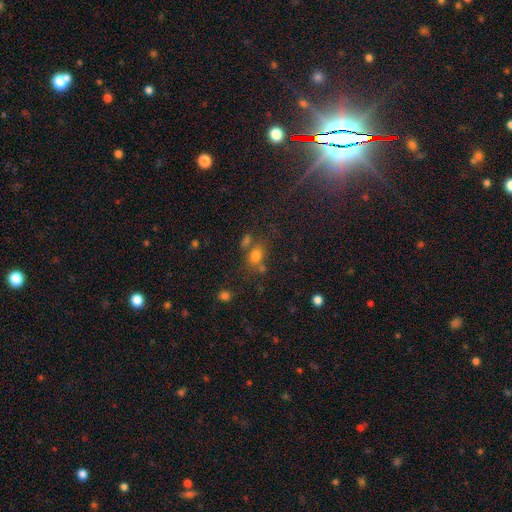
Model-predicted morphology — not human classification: Q: Smooth or featured?
A: smooth (71%); runner-up: star or artifact (19%)
Q: How rounded?
A: in between (51%); runner-up: round (47%)
Q: Merging?
A: none (55%); runner-up: merger (24%)